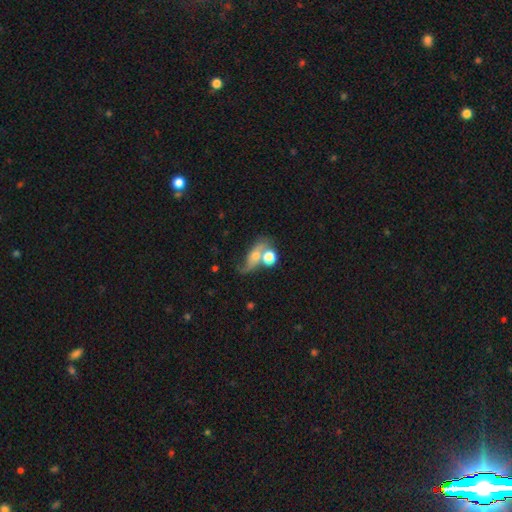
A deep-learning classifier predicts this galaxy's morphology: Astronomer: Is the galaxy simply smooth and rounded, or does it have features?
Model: featured or disk — 58%.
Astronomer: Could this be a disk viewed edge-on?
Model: no — 92%.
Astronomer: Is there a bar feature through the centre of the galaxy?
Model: no — 67%.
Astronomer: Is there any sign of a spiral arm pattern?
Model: yes — 81%.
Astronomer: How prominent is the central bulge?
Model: moderate — 48% (runner-up: small, 30%).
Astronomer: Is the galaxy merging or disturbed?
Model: none — 36% (runner-up: merger, 31%).